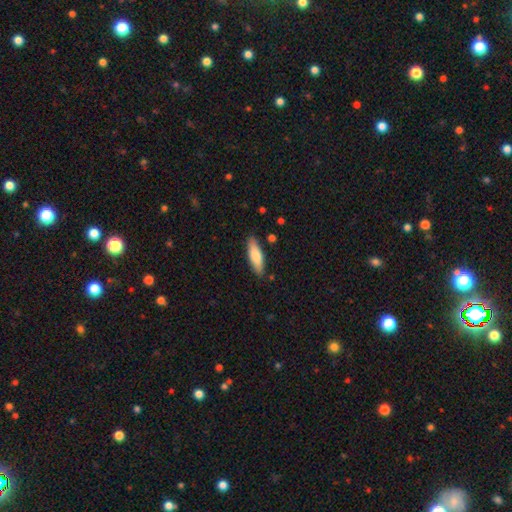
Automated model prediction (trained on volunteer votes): A smooth galaxy with no disk features (77%) that is cigar-shaped (53%). Merging: none (86%).